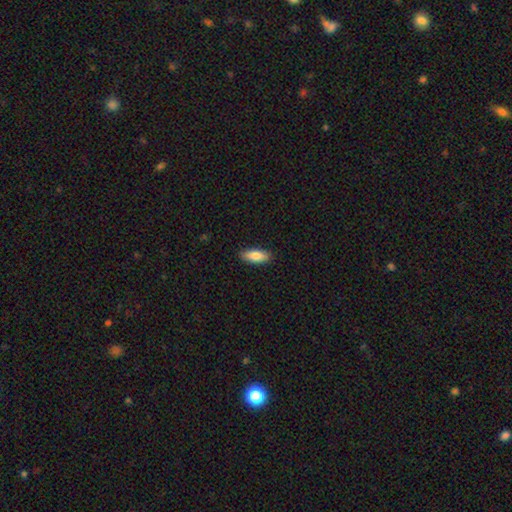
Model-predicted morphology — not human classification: Q: Smooth or featured?
A: smooth (83%); runner-up: featured or disk (10%)
Q: How rounded?
A: in between (79%); runner-up: cigar-shaped (19%)
Q: Merging?
A: none (89%); runner-up: minor disturbance (8%)